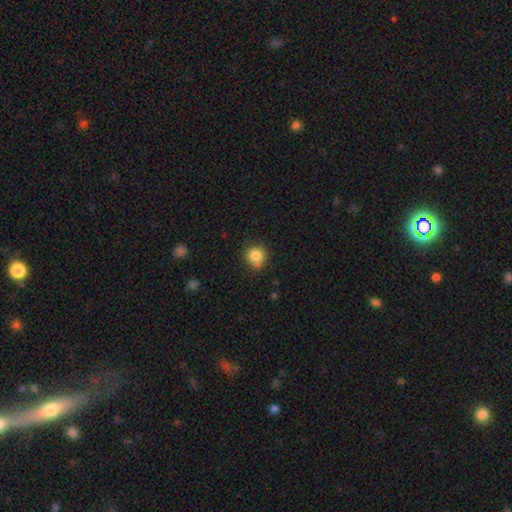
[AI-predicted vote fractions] Smooth or featured?
  - smooth: 83% *
  - star or artifact: 11%
  - featured or disk: 6%
How rounded?
  - round: 88% *
  - in between: 11%
  - cigar-shaped: 1%
Merging?
  - none: 70% *
  - minor disturbance: 22%
  - major disturbance: 4%
  - merger: 4%